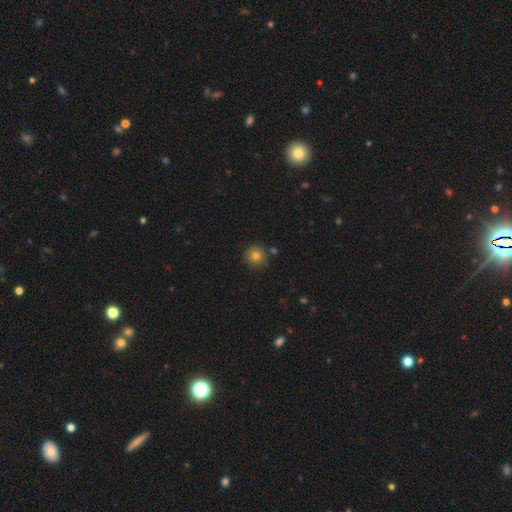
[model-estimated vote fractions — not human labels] smooth_or_featured: smooth (p=0.79) [alt: star or artifact p=0.11]
how_rounded: round (p=0.94) [alt: in between p=0.05]
merging: none (p=0.84) [alt: minor disturbance p=0.09]